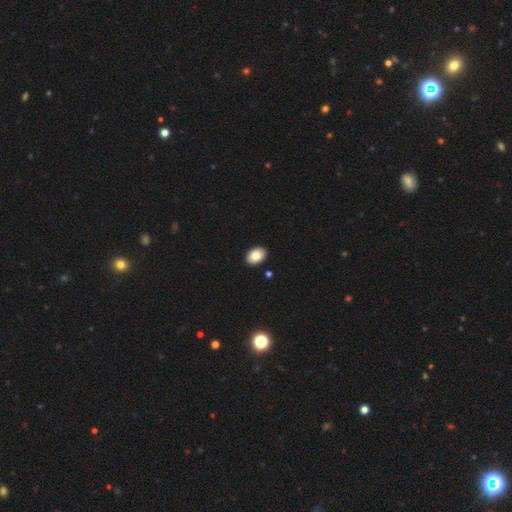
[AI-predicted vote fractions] Smooth or featured: smooth — 87% (star or artifact — 8%)
How rounded: in between — 80% (round — 19%)
Merging: none — 90% (minor disturbance — 7%)